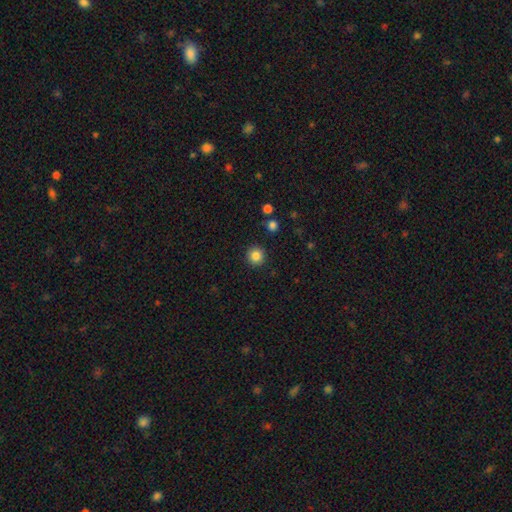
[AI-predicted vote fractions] A smooth galaxy with no disk features (85%) that is round (94%).

Vote fractions:
- Smooth or featured? smooth: 85% / star or artifact: 11% / featured or disk: 4%
- How rounded? round: 94% / in between: 5% / cigar-shaped: 1%
- Merging? none: 92% / minor disturbance: 5% / major disturbance: 2% / merger: 2%